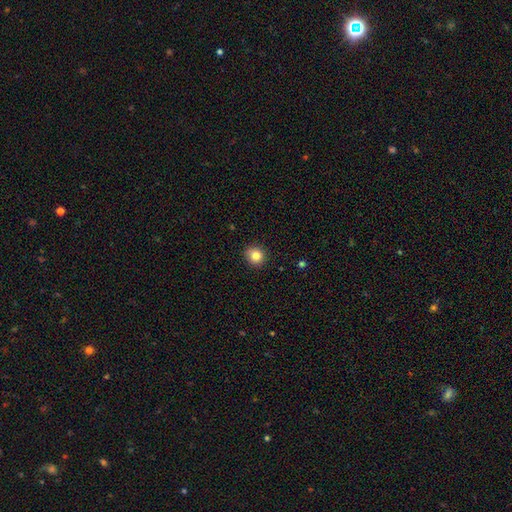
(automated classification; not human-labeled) A smooth galaxy with no disk features (83%) that is round (89%).

Vote fractions:
- Smooth or featured? smooth: 83% / star or artifact: 11% / featured or disk: 6%
- How rounded? round: 89% / in between: 10% / cigar-shaped: 1%
- Merging? none: 90% / minor disturbance: 7% / major disturbance: 2% / merger: 1%